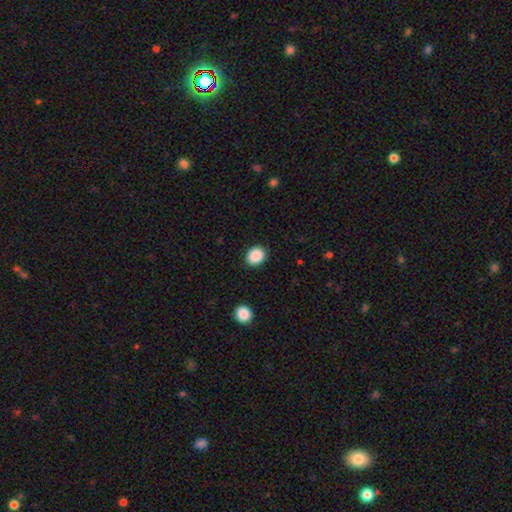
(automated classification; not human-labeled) Smooth or featured? smooth (89%)
How rounded? round (59%)
Merging? none (89%)